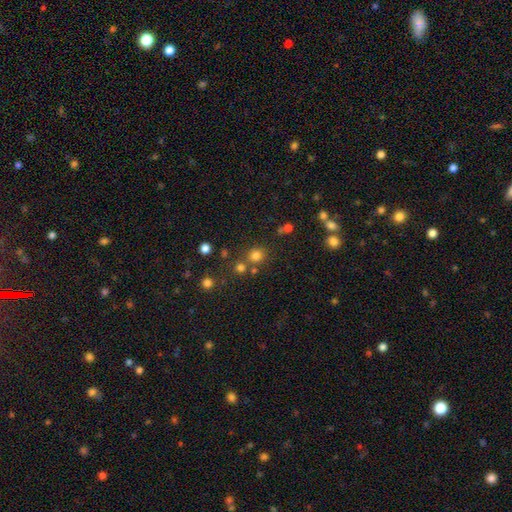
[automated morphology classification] A smooth galaxy with no disk features (76%) that is round (87%). Merging: none (72%).